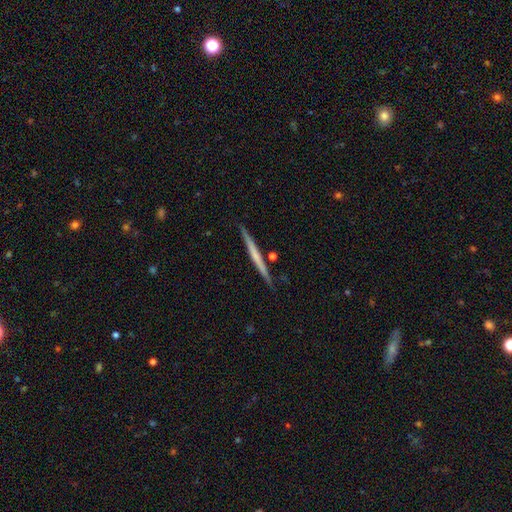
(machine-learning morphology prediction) Smooth or featured? featured or disk (52%)
Edge-on disk? yes (97%)
Edge-on bulge? none (84%)
Merging? none (89%)